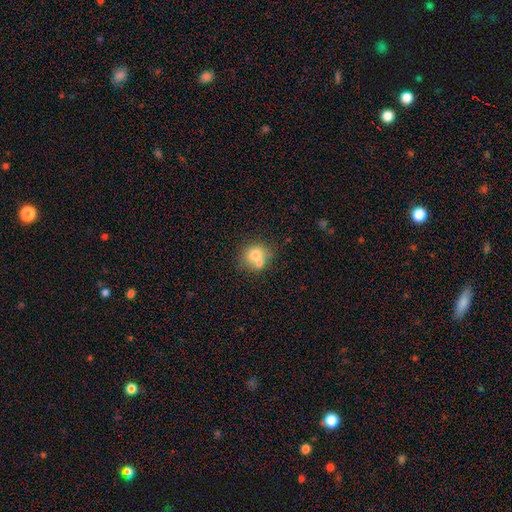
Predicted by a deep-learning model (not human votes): A smooth galaxy with no disk features (72%) that is round (76%). Merging: none (46%).